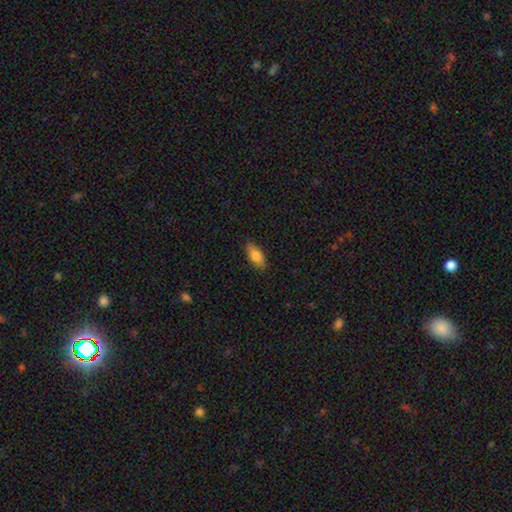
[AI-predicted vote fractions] Smooth or featured?
  - smooth: 81% *
  - featured or disk: 12%
  - star or artifact: 6%
How rounded?
  - in between: 85% *
  - cigar-shaped: 12%
  - round: 2%
Merging?
  - none: 85% *
  - minor disturbance: 11%
  - major disturbance: 2%
  - merger: 1%